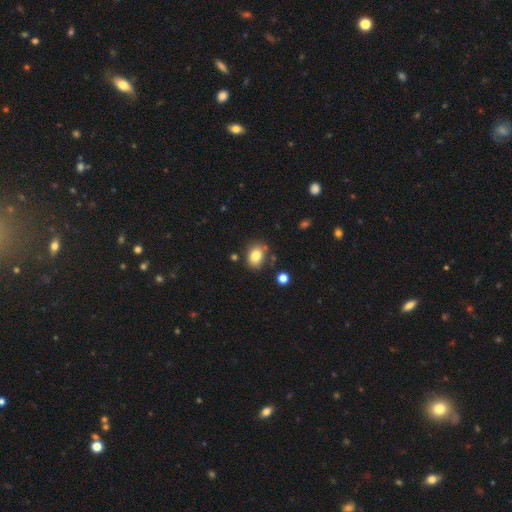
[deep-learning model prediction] A smooth galaxy with no disk features (81%) that is in between round and cigar-shaped (57%). Merging: none (74%).